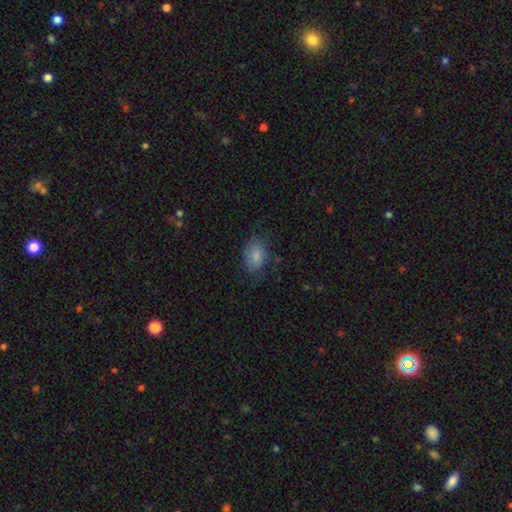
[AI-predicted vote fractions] smooth-or-featured: smooth: 83% | featured or disk: 9% | star or artifact: 8%
  how-rounded: in between: 80% | round: 19% | cigar-shaped: 1%
  merging: none: 69% | minor disturbance: 23% | major disturbance: 7% | merger: 1%